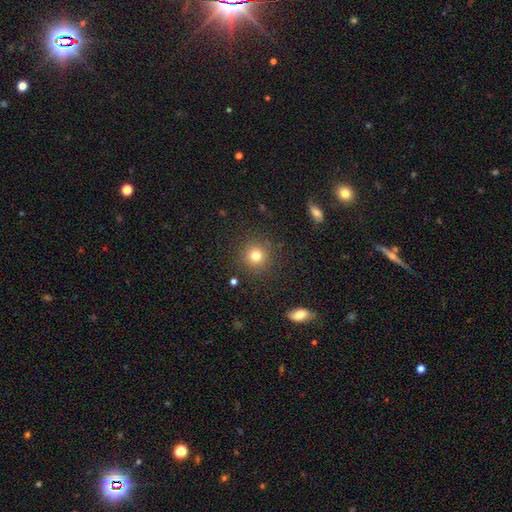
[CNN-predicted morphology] Smooth or featured? Predicted: smooth (p=0.79). How rounded? Predicted: round (p=0.93). Merging? Predicted: none (p=0.89).